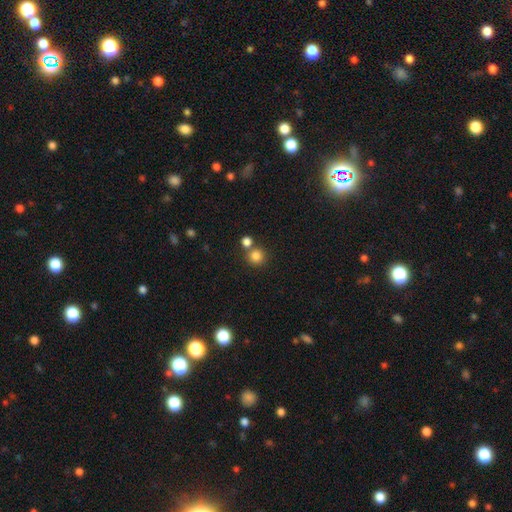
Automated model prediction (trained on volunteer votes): The model was most divided on "merging": none: 68%, merger: 22%, minor disturbance: 7%, major disturbance: 3%. More confident: how rounded — round (93%); smooth or featured — smooth (82%).